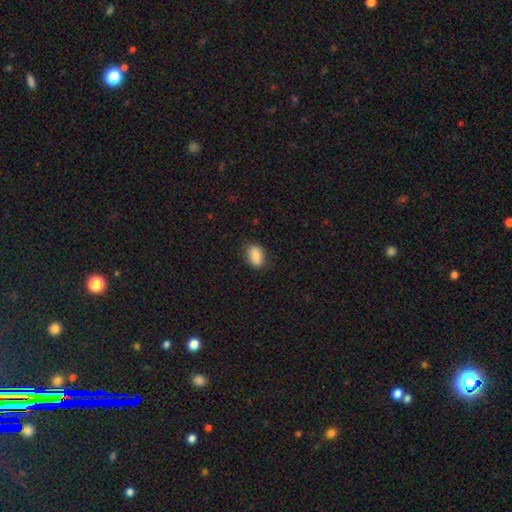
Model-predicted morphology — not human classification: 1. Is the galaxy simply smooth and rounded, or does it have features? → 87% smooth, 7% star or artifact, 6% featured or disk.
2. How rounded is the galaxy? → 87% in between, 11% round, 3% cigar-shaped.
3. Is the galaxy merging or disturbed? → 83% none, 14% minor disturbance, 3% major disturbance, 1% merger.